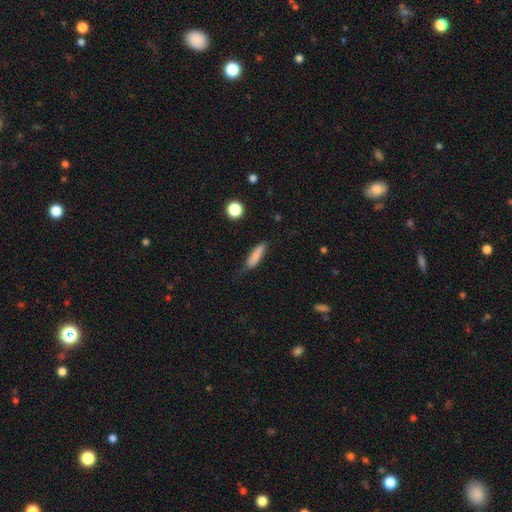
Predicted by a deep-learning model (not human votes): smooth-or-featured: smooth: 80% | featured or disk: 13% | star or artifact: 7%
  how-rounded: cigar-shaped: 71% | in between: 26% | round: 2%
  merging: none: 64% | minor disturbance: 28% | major disturbance: 7% | merger: 2%